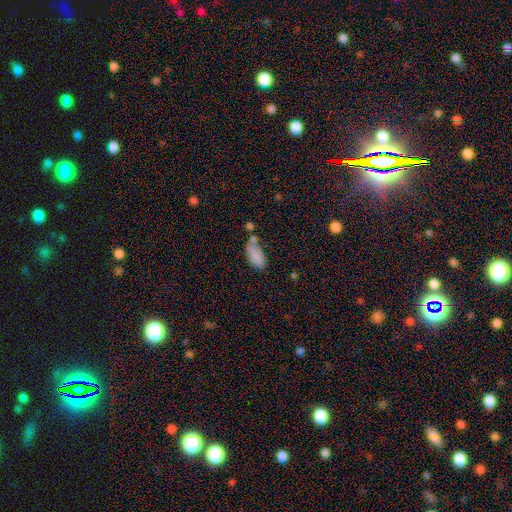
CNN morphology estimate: Overall: smooth (84%). How rounded: in between (92%). Merging: none (49%; minor disturbance 22%).